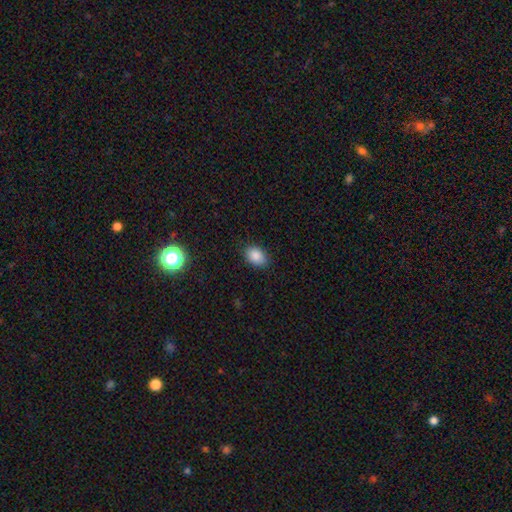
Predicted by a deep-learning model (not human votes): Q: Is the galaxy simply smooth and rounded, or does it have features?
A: smooth — 87%.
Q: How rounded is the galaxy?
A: in between — 80%.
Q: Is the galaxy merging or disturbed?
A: none — 86%.